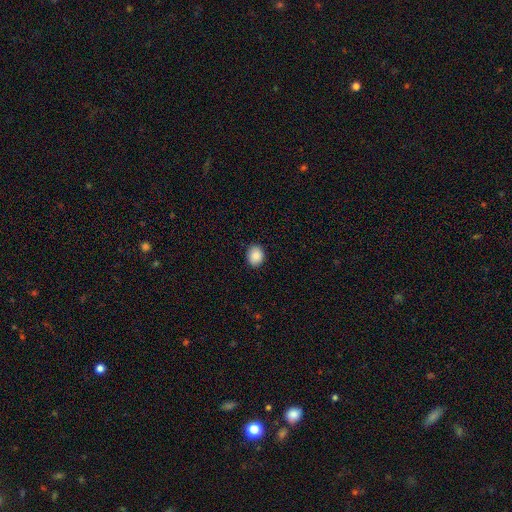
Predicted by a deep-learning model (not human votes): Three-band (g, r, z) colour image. It shows a smooth galaxy with no disk features (89%) that is round (51%). Merging: none (88%).